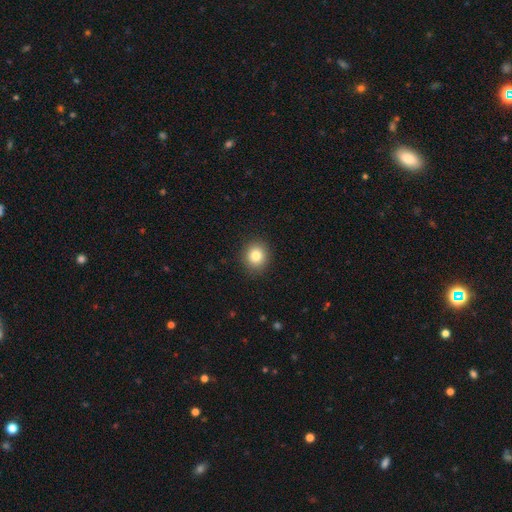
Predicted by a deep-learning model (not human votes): Morphology: type=smooth (83%); roundness=round (81%); merging=none (90%).